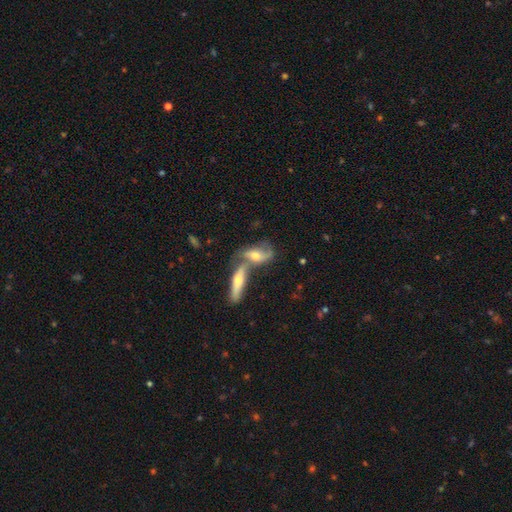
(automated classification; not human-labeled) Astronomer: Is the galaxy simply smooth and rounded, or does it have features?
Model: featured or disk — 62%.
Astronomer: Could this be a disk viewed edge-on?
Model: no — 70%.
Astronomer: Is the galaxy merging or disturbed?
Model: merger — 58%.